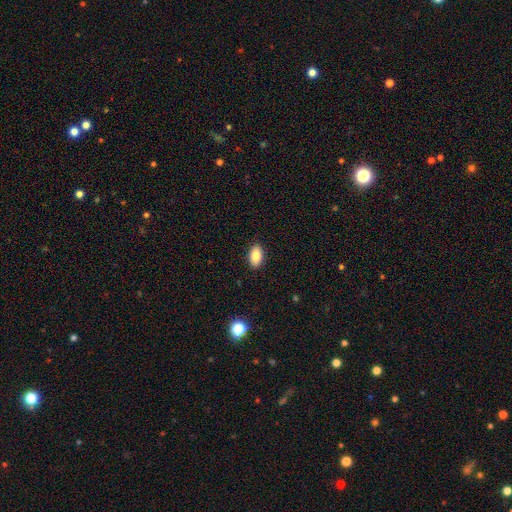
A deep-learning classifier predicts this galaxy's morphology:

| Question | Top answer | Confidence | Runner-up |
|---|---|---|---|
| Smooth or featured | smooth | 86% | star or artifact (8%) |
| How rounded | in between | 93% | round (5%) |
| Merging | none | 90% | minor disturbance (7%) |